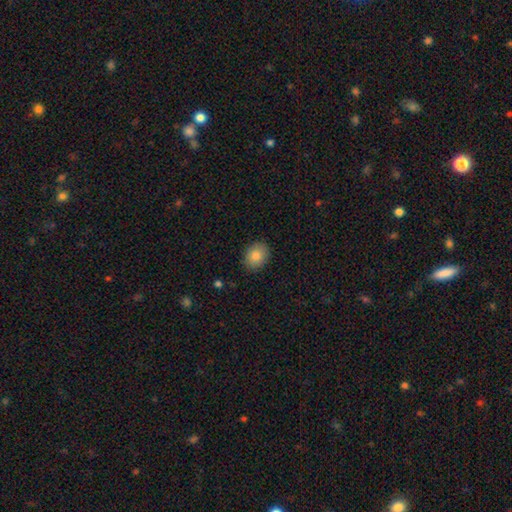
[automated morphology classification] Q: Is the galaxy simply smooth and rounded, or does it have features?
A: smooth — 85%.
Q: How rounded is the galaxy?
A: in between — 53%.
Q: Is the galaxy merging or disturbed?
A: none — 88%.